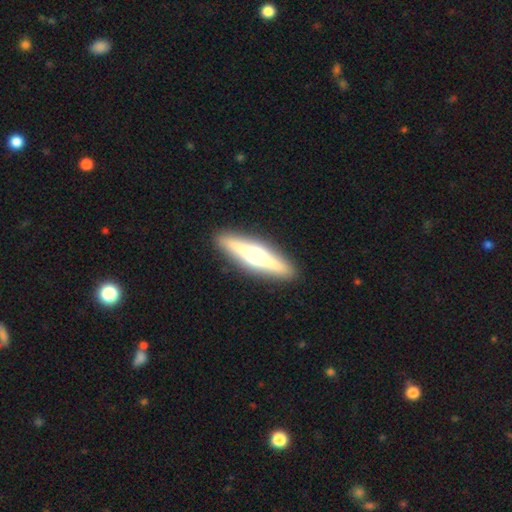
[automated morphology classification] type=featured or disk (70%); edge-on=yes (96%); edge-on bulge=rounded (95%); merging=none (92%).